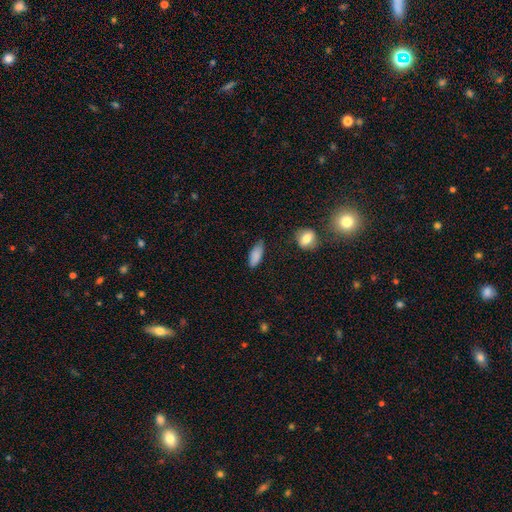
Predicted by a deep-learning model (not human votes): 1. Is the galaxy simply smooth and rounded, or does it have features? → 85% smooth, 7% star or artifact, 7% featured or disk.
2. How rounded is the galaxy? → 75% in between, 22% cigar-shaped, 3% round.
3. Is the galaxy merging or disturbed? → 72% none, 22% minor disturbance, 4% major disturbance, 2% merger.